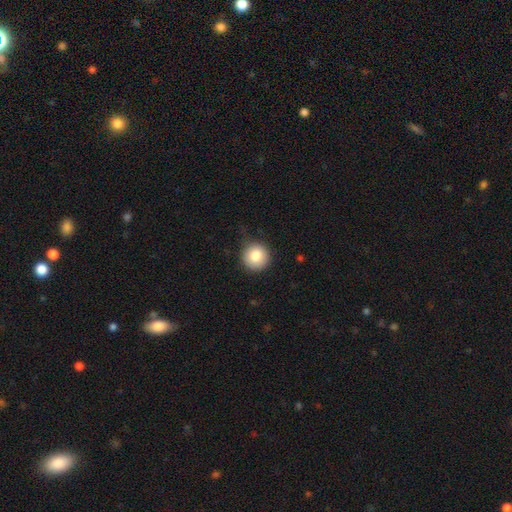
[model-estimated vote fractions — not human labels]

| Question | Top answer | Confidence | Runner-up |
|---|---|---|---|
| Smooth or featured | smooth | 82% | star or artifact (9%) |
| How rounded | round | 95% | in between (4%) |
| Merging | none | 83% | minor disturbance (13%) |